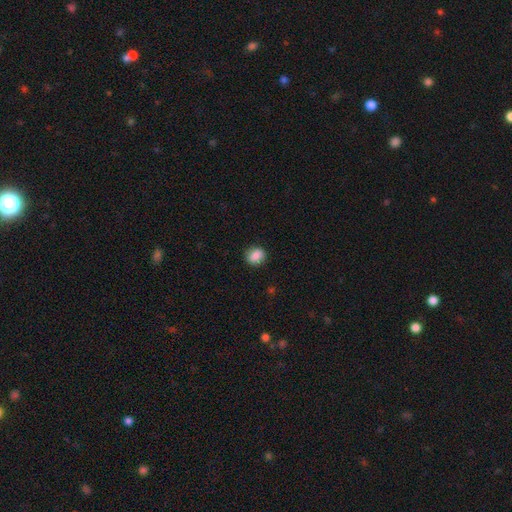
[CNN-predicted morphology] A smooth galaxy with no disk features (86%) that is round (65%). Merging: none (85%).